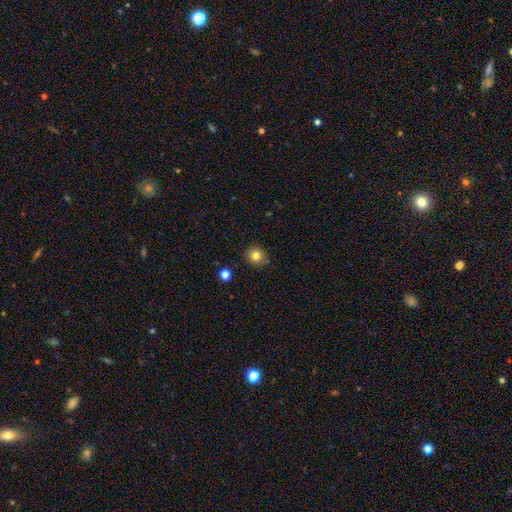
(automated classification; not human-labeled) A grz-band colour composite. It shows a smooth galaxy with no disk features (81%) that is round (86%). Merging: none (86%).